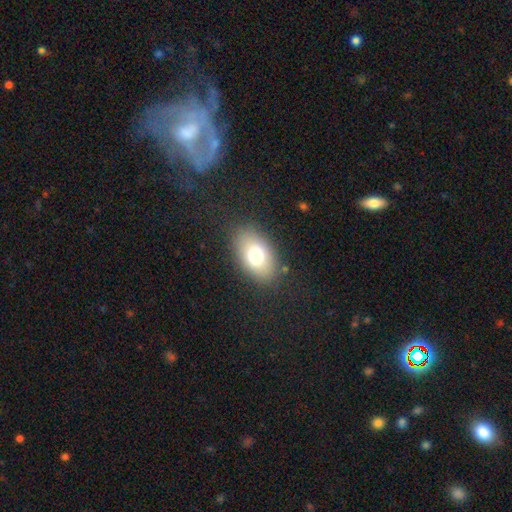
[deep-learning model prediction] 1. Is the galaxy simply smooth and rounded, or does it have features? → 74% smooth, 16% featured or disk, 11% star or artifact.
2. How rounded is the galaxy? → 86% in between, 12% round, 2% cigar-shaped.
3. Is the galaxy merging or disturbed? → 83% none, 11% minor disturbance, 5% major disturbance, 1% merger.